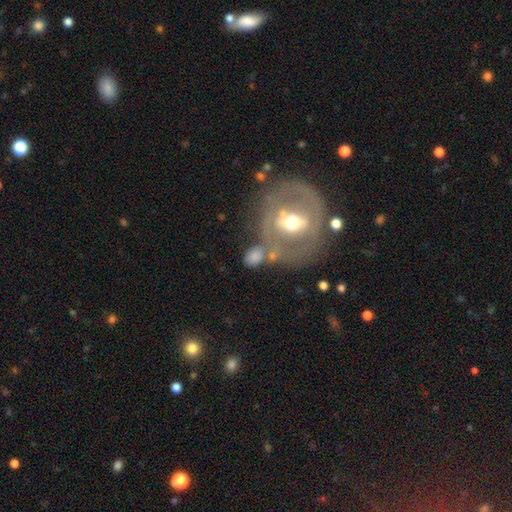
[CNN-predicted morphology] Q: Smooth or featured?
A: smooth (62%); runner-up: featured or disk (29%)
Q: How rounded?
A: in between (62%); runner-up: round (36%)
Q: Merging?
A: none (49%); runner-up: merger (24%)